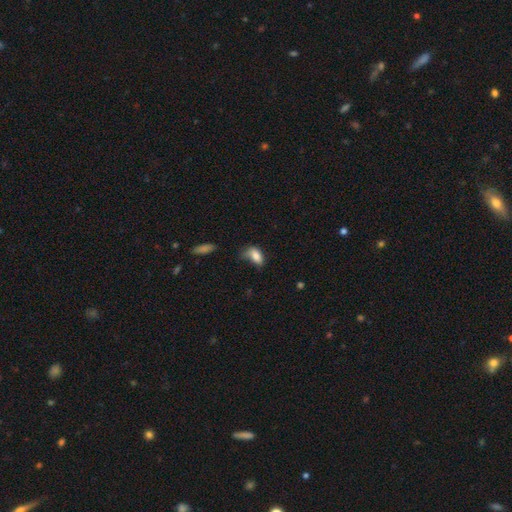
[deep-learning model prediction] smooth_or_featured: smooth (p=0.83) [alt: featured or disk p=0.09]
how_rounded: in between (p=0.89) [alt: round p=0.07]
merging: minor disturbance (p=0.39) [alt: none p=0.34]